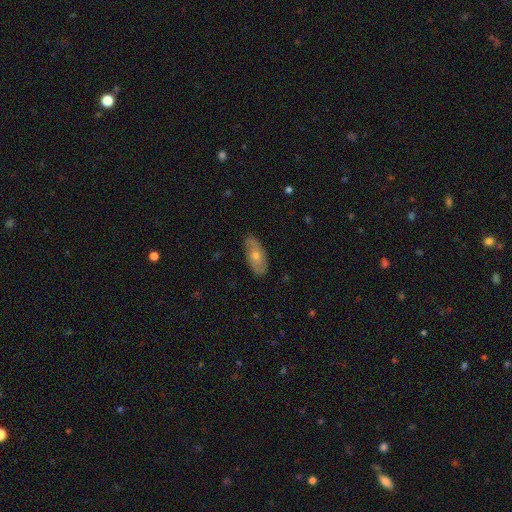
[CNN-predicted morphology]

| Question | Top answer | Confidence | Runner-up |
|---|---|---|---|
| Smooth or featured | featured or disk | 50% | smooth (41%) |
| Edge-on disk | no | 81% | yes (19%) |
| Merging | none | 84% | minor disturbance (13%) |